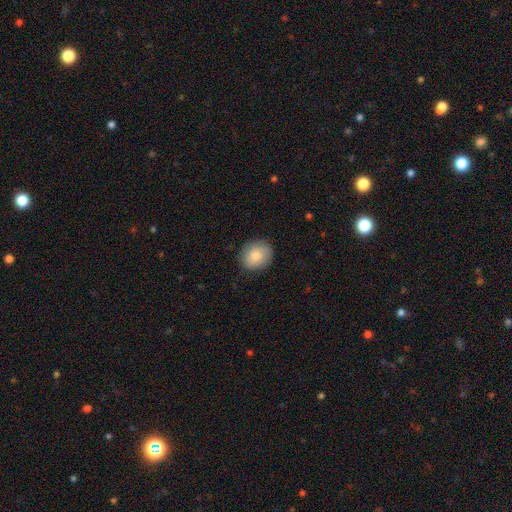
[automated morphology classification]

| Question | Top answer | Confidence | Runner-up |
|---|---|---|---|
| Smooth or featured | smooth | 83% | featured or disk (10%) |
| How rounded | round | 70% | in between (29%) |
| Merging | none | 84% | minor disturbance (12%) |